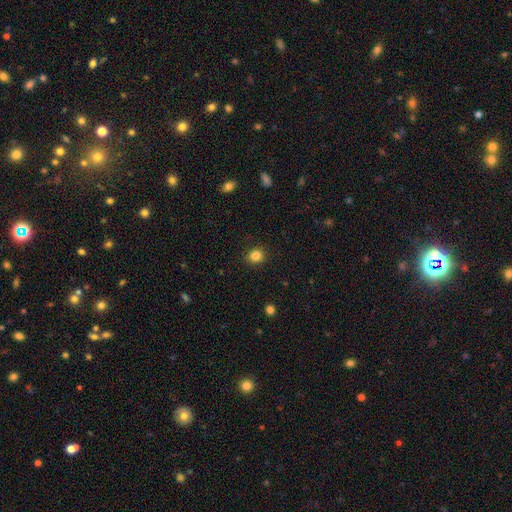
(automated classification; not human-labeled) A smooth galaxy with no disk features (84%) that is round (77%). Merging: none (90%).